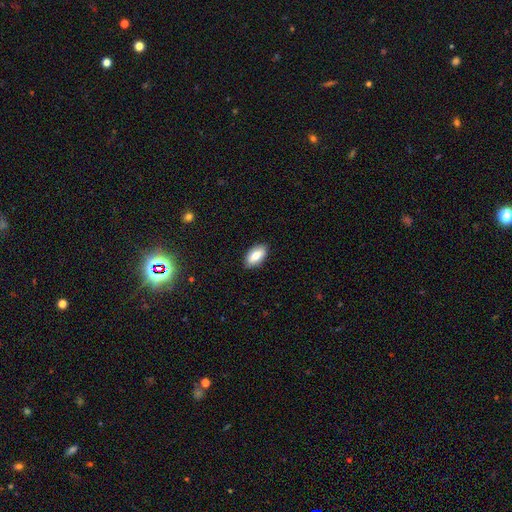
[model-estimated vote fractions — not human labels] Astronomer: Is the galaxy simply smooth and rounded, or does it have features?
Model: smooth — 75%.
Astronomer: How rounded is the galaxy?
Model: in between — 93%.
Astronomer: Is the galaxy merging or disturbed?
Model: none — 86%.